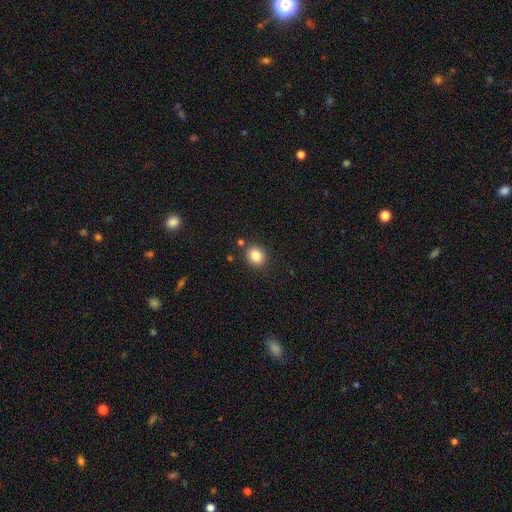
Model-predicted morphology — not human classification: A smooth galaxy with no disk features (85%) that is round (72%). Merging: none (85%).